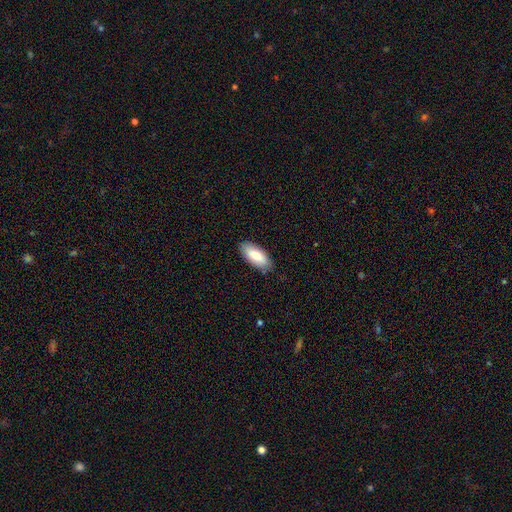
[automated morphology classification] Smooth or featured? Predicted: smooth (p=0.81). How rounded? Predicted: in between (p=0.88). Merging? Predicted: none (p=0.85).